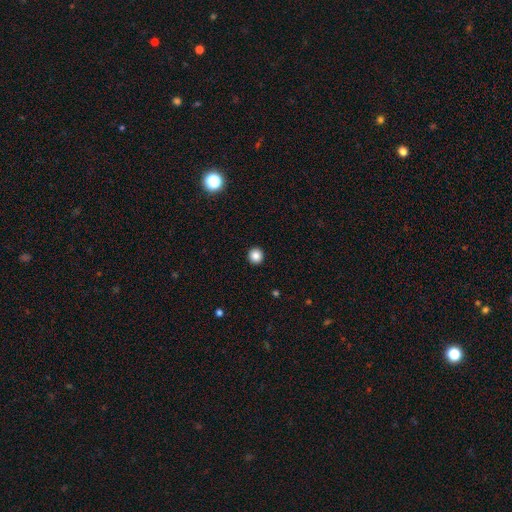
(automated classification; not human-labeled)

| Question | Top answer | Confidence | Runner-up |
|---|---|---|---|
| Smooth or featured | smooth | 86% | star or artifact (10%) |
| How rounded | round | 94% | in between (5%) |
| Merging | none | 94% | minor disturbance (4%) |